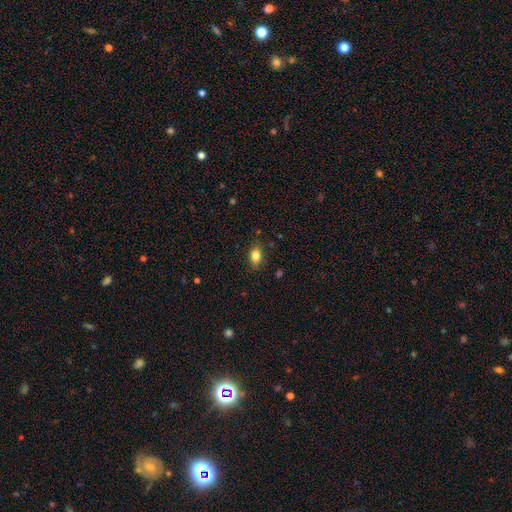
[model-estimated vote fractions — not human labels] smooth_or_featured: smooth (p=0.82) [alt: star or artifact p=0.09]
how_rounded: in between (p=0.82) [alt: round p=0.15]
merging: none (p=0.83) [alt: minor disturbance p=0.13]